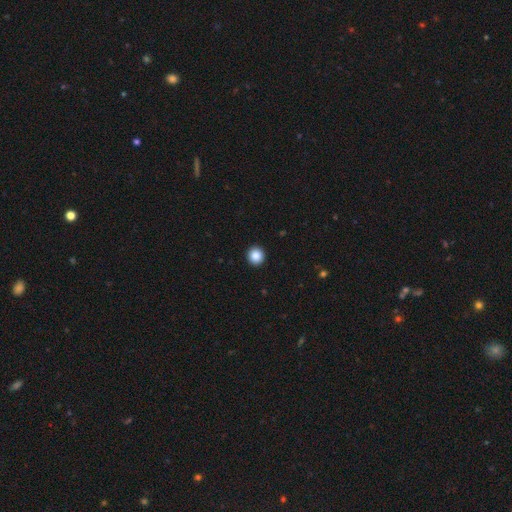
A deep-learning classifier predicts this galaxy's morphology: Smooth or featured? Predicted: smooth (p=0.87). How rounded? Predicted: round (p=0.93). Merging? Predicted: none (p=0.94).